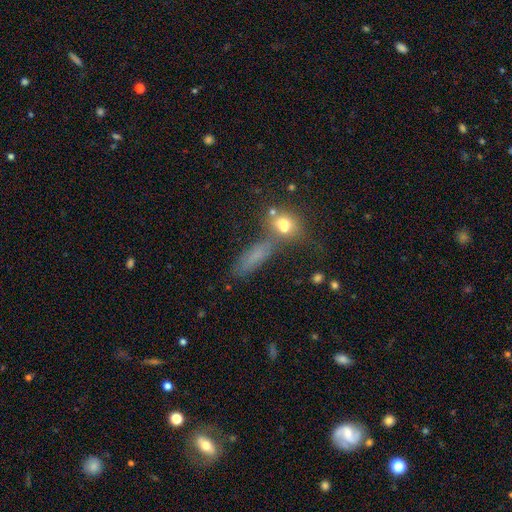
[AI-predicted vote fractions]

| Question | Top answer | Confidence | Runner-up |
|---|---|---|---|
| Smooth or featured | smooth | 64% | star or artifact (18%) |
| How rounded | cigar-shaped | 55% | in between (34%) |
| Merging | none | 57% | merger (18%) |